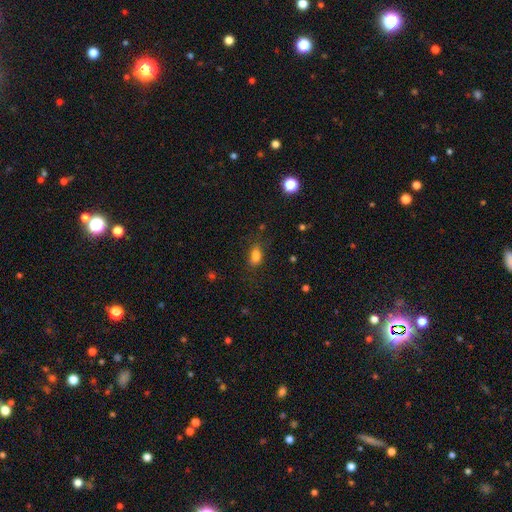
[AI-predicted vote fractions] Smooth or featured?
  - smooth: 79% *
  - star or artifact: 13%
  - featured or disk: 8%
How rounded?
  - in between: 84% *
  - round: 11%
  - cigar-shaped: 6%
Merging?
  - none: 65% *
  - minor disturbance: 21%
  - major disturbance: 10%
  - merger: 5%